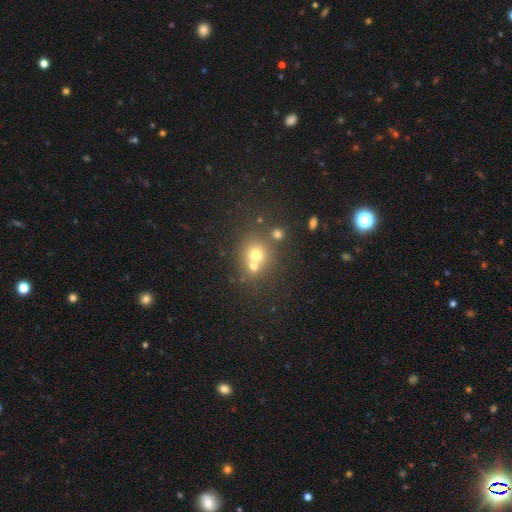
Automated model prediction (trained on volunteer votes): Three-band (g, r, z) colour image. It shows a smooth galaxy with no disk features (65%) that is round (79%). Merging: none (47%).